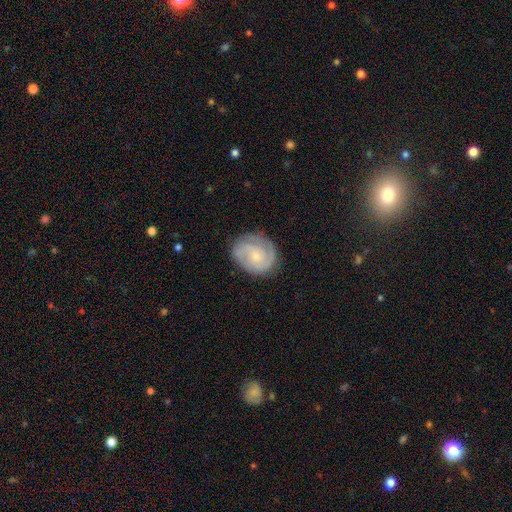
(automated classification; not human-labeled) This is likely a featured or disk galaxy (74%). It is clearly not viewed edge-on (98%). Bar: likely no (71%). Spiral arm pattern: clearly yes (94%). Spiral arm count: possibly 2 (50%). Spiral winding: possibly tight (53%). Central bulge: likely small (70%). Merging: likely none (77%).